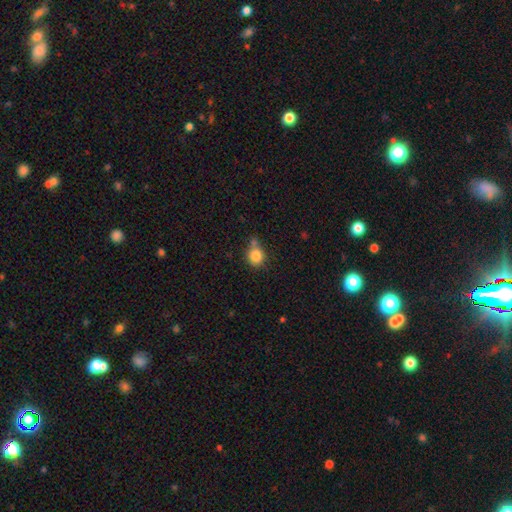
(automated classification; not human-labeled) A smooth galaxy with no disk features (83%) that is round (80%).

Vote fractions:
- Smooth or featured? smooth: 83% / star or artifact: 10% / featured or disk: 7%
- How rounded? round: 80% / in between: 19% / cigar-shaped: 1%
- Merging? none: 54% / minor disturbance: 21% / merger: 19% / major disturbance: 6%